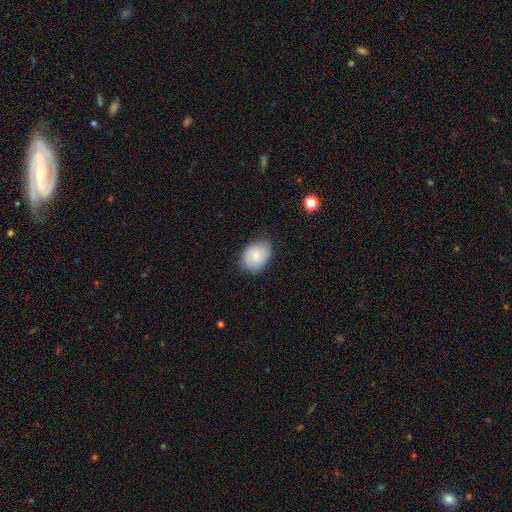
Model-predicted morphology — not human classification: This is clearly a smooth galaxy (80%). How rounded: likely in between (73%). Merging: likely none (78%).